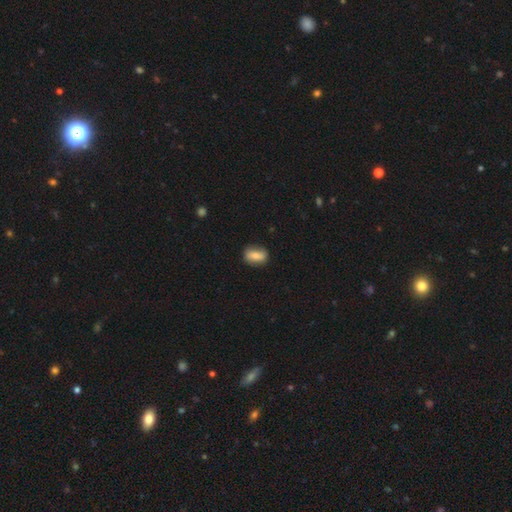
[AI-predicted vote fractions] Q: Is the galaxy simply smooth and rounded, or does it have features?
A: smooth — 71%.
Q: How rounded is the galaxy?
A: in between — 76%.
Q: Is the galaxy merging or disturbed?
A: none — 80%.